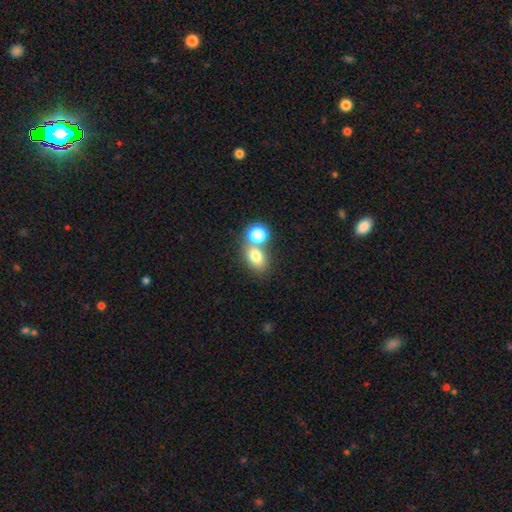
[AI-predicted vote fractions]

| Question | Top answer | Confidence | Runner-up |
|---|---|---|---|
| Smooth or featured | smooth | 75% | star or artifact (14%) |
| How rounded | in between | 62% | round (36%) |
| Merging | none | 54% | merger (33%) |